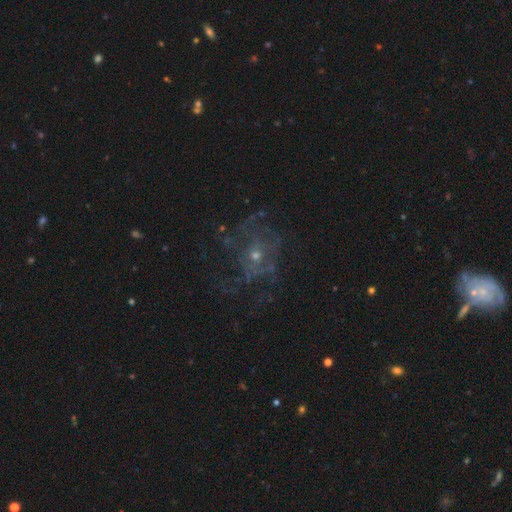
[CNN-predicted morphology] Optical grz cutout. It shows a featured or disk galaxy (62%) with no bar (85%), no spiral arms (52%) and a small central bulge (61%). Merging: none (55%).